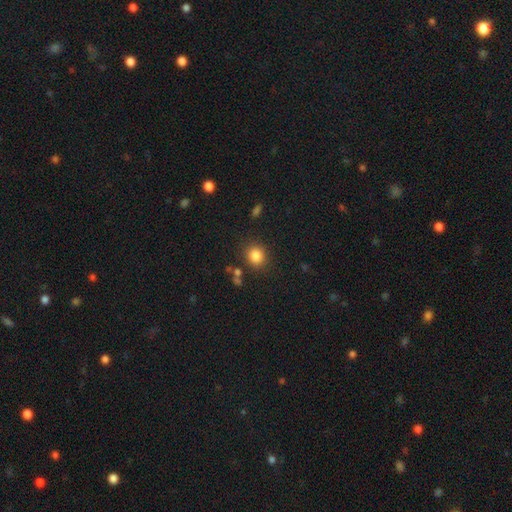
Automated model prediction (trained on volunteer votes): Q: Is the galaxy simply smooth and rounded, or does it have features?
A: smooth — 84%.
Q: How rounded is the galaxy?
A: round — 76%.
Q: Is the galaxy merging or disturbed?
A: none — 83%.